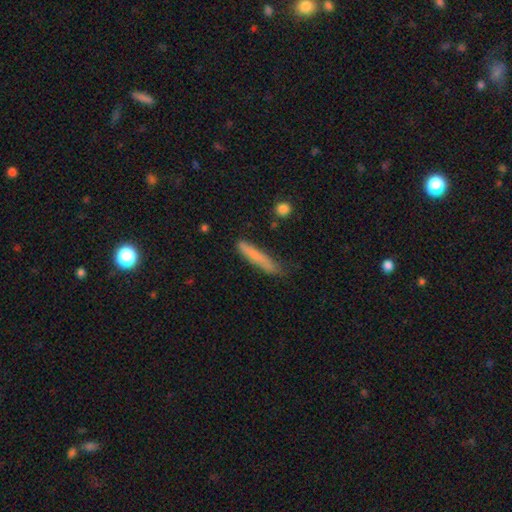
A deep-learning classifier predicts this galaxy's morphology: The model was most divided on "merging": none: 75%, minor disturbance: 19%, major disturbance: 4%, merger: 2%. More confident: how rounded — cigar-shaped (94%); smooth or featured — smooth (76%).